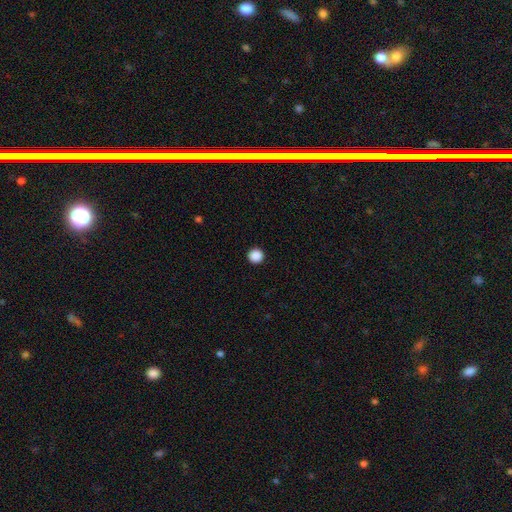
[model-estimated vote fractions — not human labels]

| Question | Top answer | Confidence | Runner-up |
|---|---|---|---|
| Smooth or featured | smooth | 89% | star or artifact (9%) |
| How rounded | round | 96% | in between (3%) |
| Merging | none | 94% | minor disturbance (4%) |